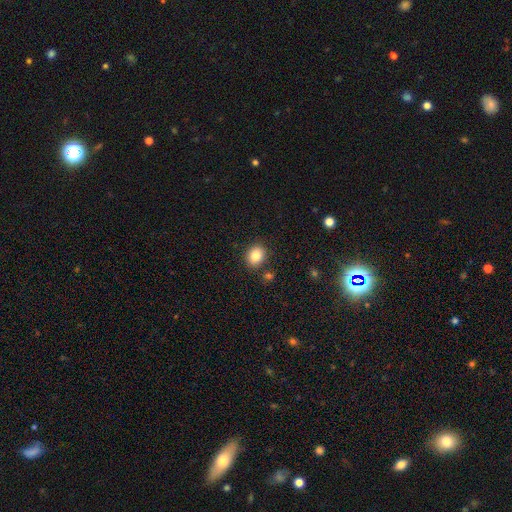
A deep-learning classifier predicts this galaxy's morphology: type=smooth (84%); roundness=round (60%); merging=none (86%).